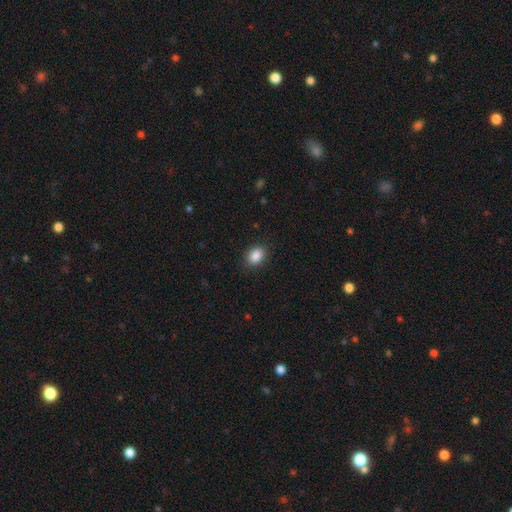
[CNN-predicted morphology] This appears to be a smooth galaxy with no disk features (88%) that is in between round and cigar-shaped (71%). Merging: none (87%).